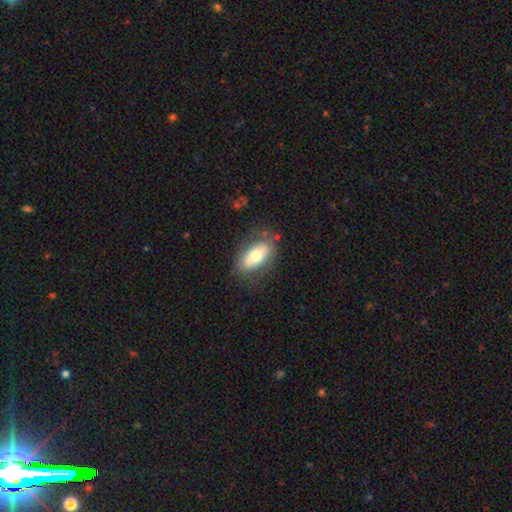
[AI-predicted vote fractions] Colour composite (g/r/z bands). It shows a smooth galaxy with no disk features (62%) that is in between round and cigar-shaped (90%). Merging: none (76%).